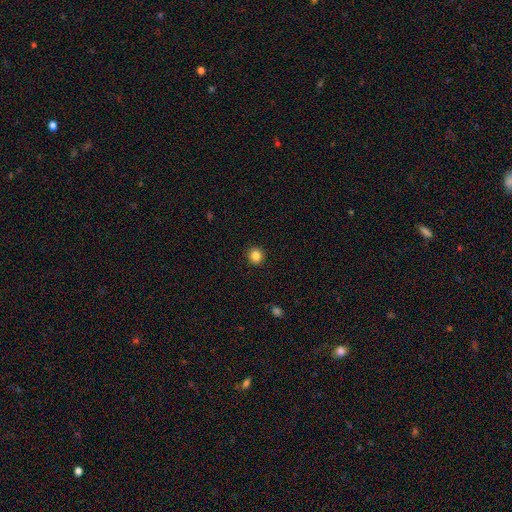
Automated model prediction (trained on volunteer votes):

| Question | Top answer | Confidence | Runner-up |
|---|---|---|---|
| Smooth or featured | smooth | 85% | star or artifact (11%) |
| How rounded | round | 92% | in between (7%) |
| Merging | none | 93% | minor disturbance (5%) |